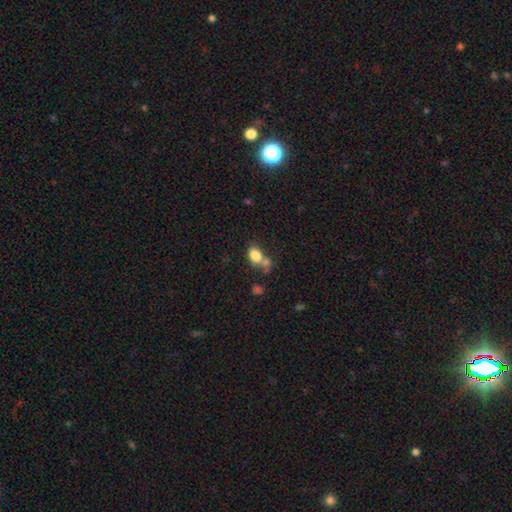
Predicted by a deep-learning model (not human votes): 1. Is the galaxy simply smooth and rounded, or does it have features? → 81% smooth, 10% star or artifact, 9% featured or disk.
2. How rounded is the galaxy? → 71% in between, 28% round, 2% cigar-shaped.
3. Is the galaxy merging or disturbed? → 41% none, 38% merger, 14% minor disturbance, 7% major disturbance.